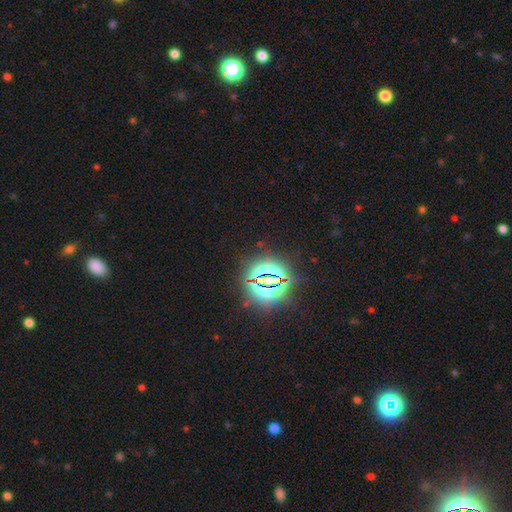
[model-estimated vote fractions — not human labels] Smooth or featured? star or artifact (83%)